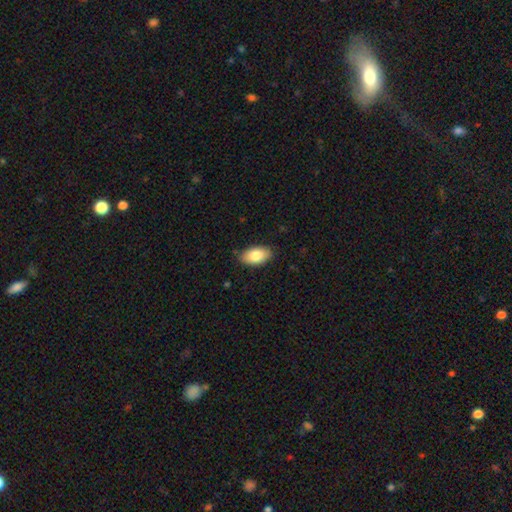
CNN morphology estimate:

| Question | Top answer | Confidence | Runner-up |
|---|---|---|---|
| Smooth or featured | smooth | 84% | featured or disk (10%) |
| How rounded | in between | 94% | round (4%) |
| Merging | none | 86% | minor disturbance (11%) |